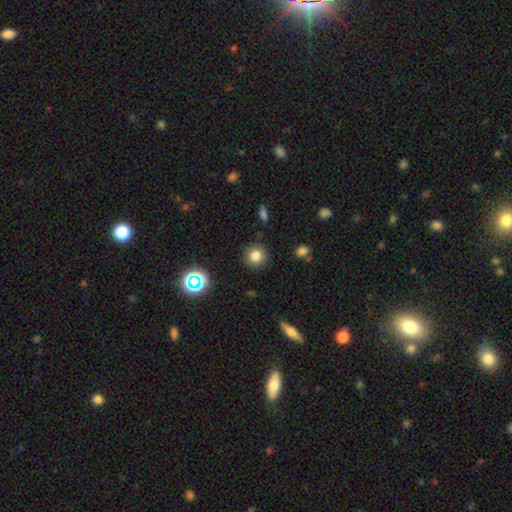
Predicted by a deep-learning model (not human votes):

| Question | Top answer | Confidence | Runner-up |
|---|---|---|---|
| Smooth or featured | smooth | 79% | star or artifact (14%) |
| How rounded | round | 93% | in between (6%) |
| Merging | none | 90% | minor disturbance (7%) |